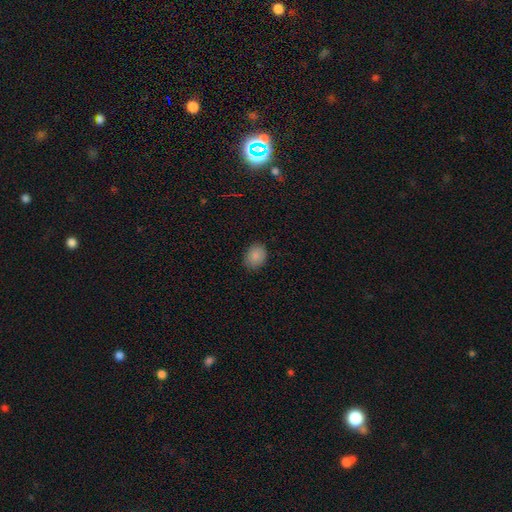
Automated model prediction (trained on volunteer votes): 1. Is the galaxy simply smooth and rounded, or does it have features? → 86% smooth, 9% star or artifact, 5% featured or disk.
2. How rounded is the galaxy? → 53% in between, 46% round, 1% cigar-shaped.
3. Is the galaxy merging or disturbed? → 83% none, 13% minor disturbance, 3% major disturbance, 1% merger.